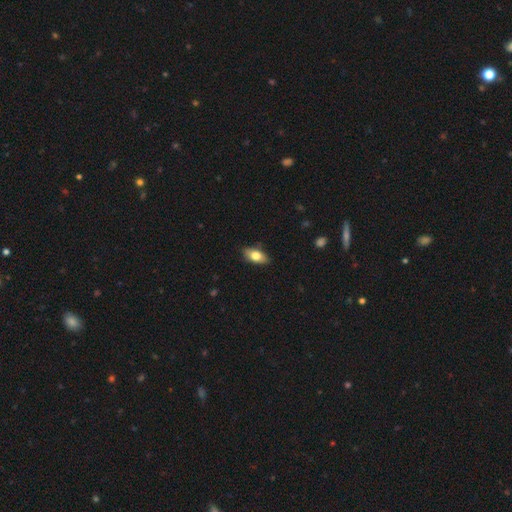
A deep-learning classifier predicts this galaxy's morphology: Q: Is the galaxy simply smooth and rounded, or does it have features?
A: smooth — 74%.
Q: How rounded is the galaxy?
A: in between — 88%.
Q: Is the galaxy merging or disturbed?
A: none — 84%.